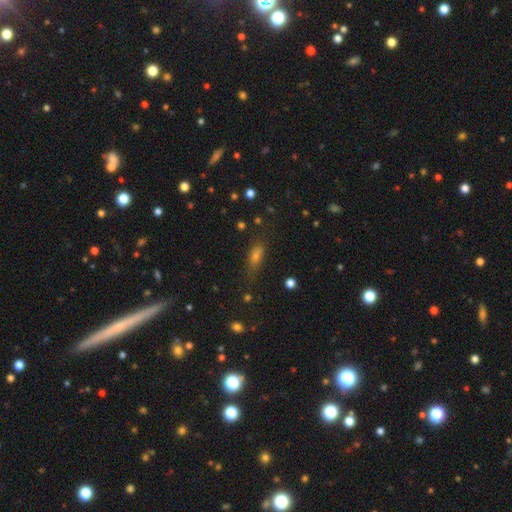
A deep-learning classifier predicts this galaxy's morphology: Smooth or featured?
  - smooth: 60% *
  - star or artifact: 23%
  - featured or disk: 17%
How rounded?
  - in between: 52% *
  - cigar-shaped: 40%
  - round: 7%
Merging?
  - none: 71% *
  - minor disturbance: 18%
  - major disturbance: 8%
  - merger: 3%